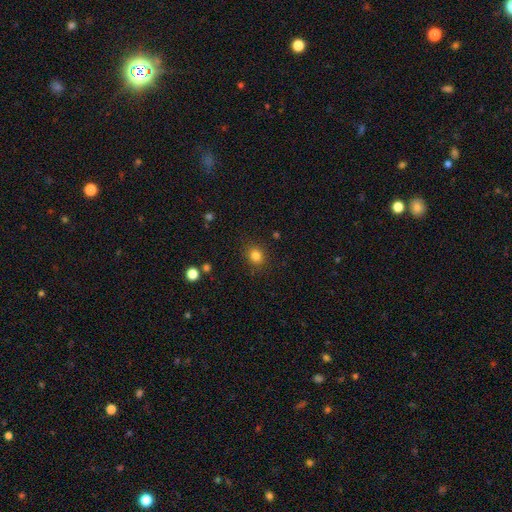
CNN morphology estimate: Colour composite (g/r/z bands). It shows a smooth galaxy with no disk features (83%) that is round (71%). Merging: none (86%).